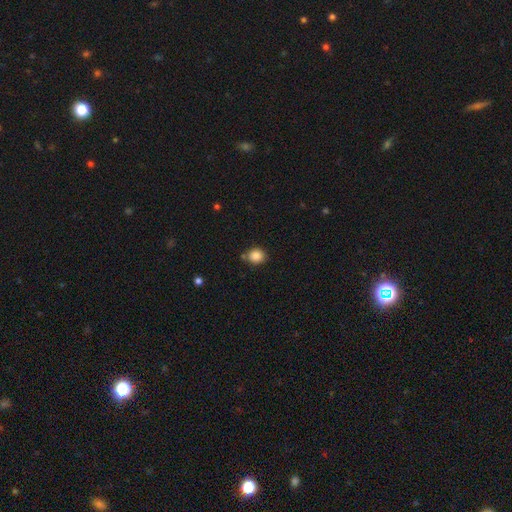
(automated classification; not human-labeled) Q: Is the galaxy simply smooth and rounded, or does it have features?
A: smooth — 86%.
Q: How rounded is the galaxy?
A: round — 85%.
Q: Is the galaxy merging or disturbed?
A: none — 77%.